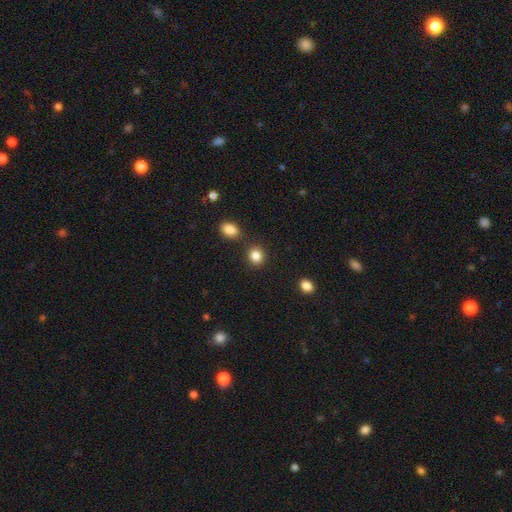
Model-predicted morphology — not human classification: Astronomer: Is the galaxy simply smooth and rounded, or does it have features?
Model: smooth — 86%.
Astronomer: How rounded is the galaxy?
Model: round — 79%.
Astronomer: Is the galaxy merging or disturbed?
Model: none — 82%.